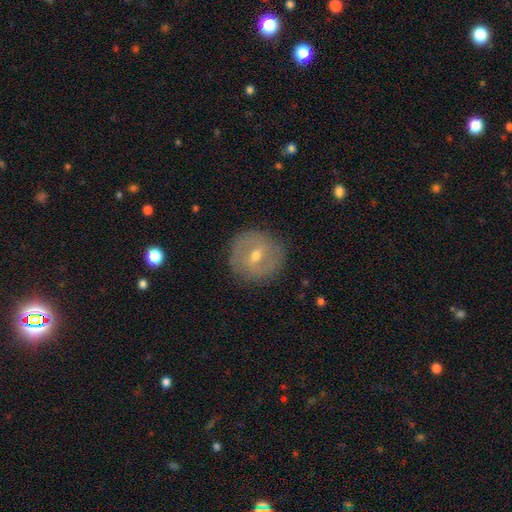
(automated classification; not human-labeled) A featured or disk galaxy (55%) with a weak bar (52%), no spiral arms (52%) and a moderate central bulge (59%).

Vote fractions:
- Smooth or featured? featured or disk: 55% / smooth: 36% / star or artifact: 9%
- Edge-on disk? no: 94% / yes: 6%
- Bar? weak: 52% / no: 27% / strong: 21%
- Spiral arms? no: 52% / yes: 48%
- Bulge size? moderate: 59% / small: 38% / large: 2% / none: 1% / dominant: 1%
- Merging? none: 85% / minor disturbance: 10% / major disturbance: 4% / merger: 1%